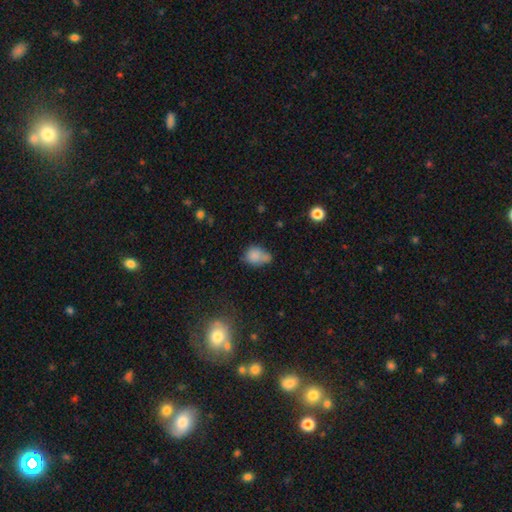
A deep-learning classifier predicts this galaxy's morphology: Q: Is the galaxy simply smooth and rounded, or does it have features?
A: smooth — 77%.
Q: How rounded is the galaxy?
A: in between — 62%.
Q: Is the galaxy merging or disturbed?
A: none — 36%.